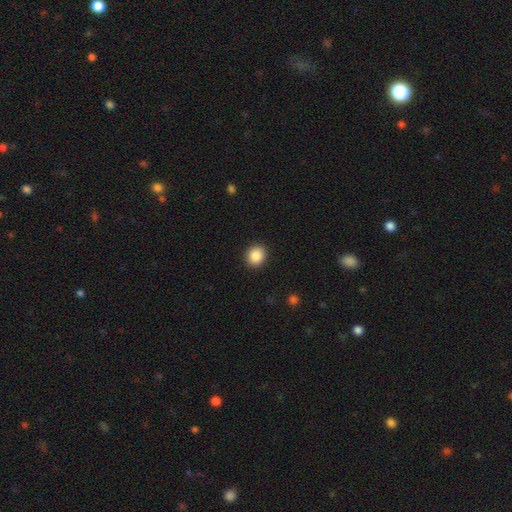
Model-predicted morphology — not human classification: smooth_or_featured: smooth (p=0.88) [alt: star or artifact p=0.09]
how_rounded: round (p=0.79) [alt: in between p=0.20]
merging: none (p=0.91) [alt: minor disturbance p=0.06]